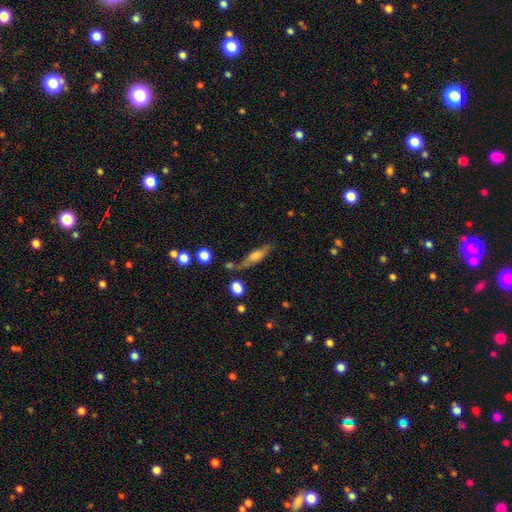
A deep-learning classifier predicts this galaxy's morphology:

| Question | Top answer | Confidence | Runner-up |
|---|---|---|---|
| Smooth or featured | smooth | 55% | featured or disk (36%) |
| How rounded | cigar-shaped | 59% | in between (37%) |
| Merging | none | 67% | minor disturbance (19%) |